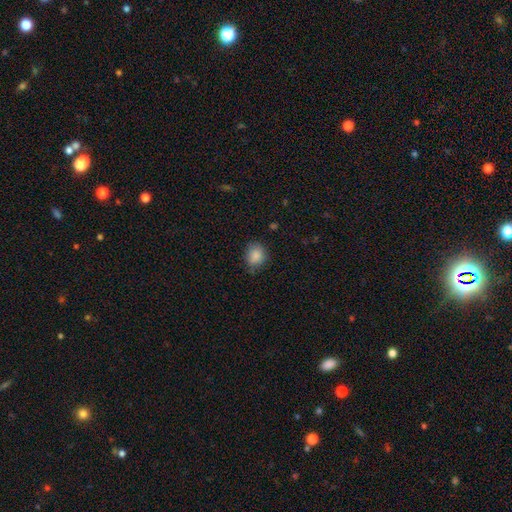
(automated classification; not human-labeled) Morphology: type=smooth (86%); roundness=round (69%); merging=none (73%).